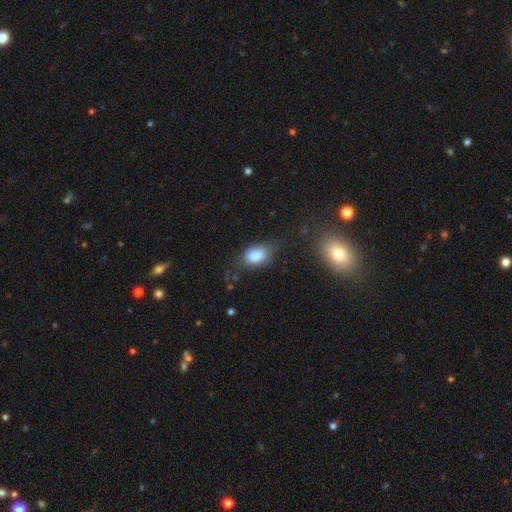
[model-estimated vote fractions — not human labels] smooth_or_featured: smooth (p=0.81) [alt: featured or disk p=0.10]
how_rounded: in between (p=0.78) [alt: round p=0.20]
merging: none (p=0.54) [alt: minor disturbance p=0.29]